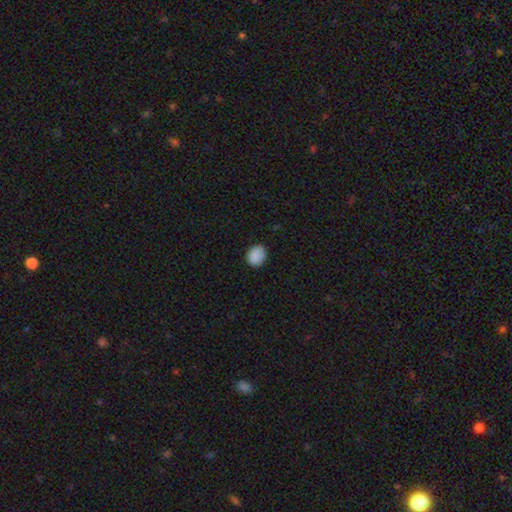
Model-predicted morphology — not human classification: Smooth or featured? Predicted: smooth (p=0.88). How rounded? Predicted: round (p=0.56). Merging? Predicted: none (p=0.84).